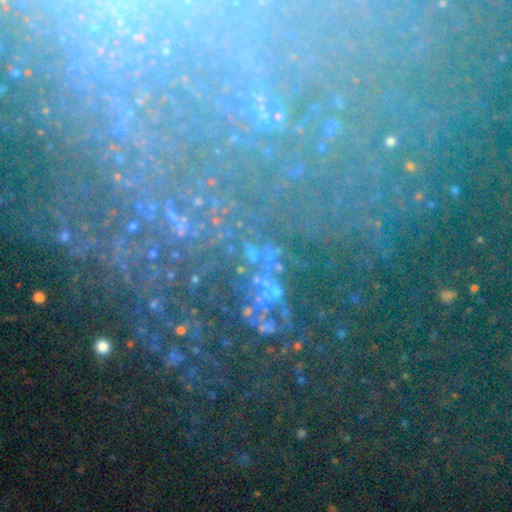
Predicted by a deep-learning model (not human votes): Morphology: type=star or artifact (59%).